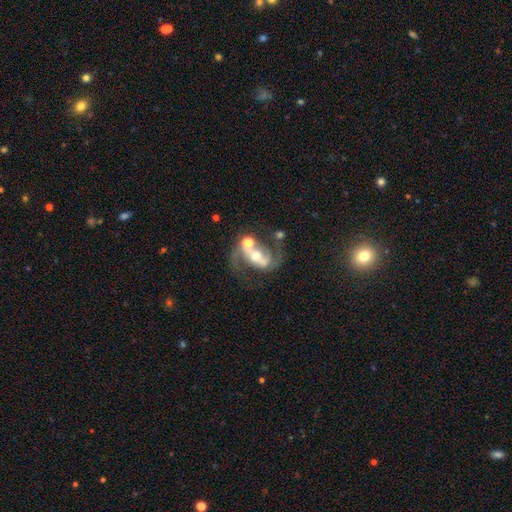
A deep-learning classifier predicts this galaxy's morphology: Smooth or featured? featured or disk (83%)
Edge-on disk? no (97%)
Bar? strong (37%)
Spiral arms? yes (93%)
Spiral winding? medium (50%)
Spiral arm count? 2 (88%)
Bulge size? moderate (61%)
Merging? none (45%)